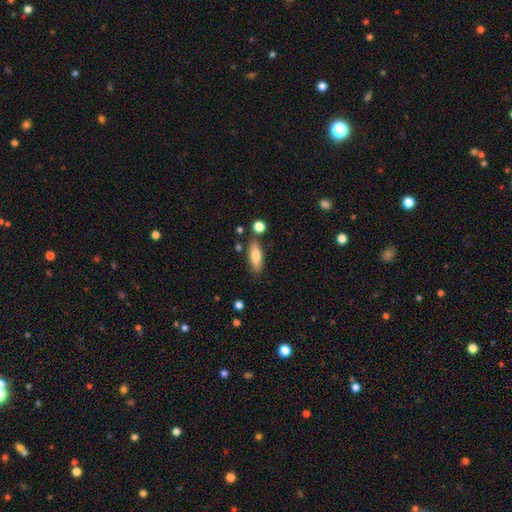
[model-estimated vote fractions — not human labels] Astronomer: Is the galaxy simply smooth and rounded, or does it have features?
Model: smooth — 76%.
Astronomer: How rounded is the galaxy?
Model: in between — 62%.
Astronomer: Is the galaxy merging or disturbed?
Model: none — 79%.